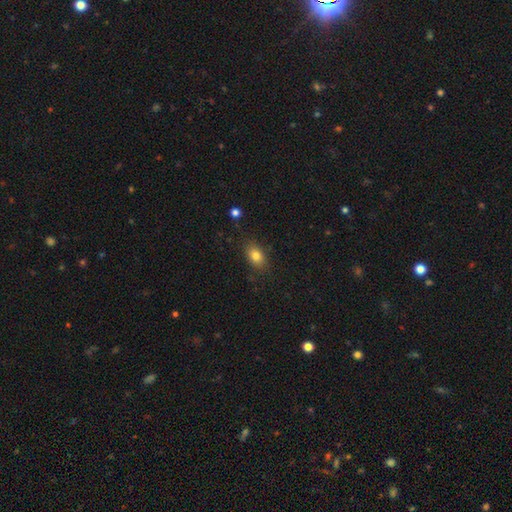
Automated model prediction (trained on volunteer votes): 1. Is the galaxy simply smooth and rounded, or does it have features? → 80% smooth, 10% star or artifact, 10% featured or disk.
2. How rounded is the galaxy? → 81% in between, 17% round, 2% cigar-shaped.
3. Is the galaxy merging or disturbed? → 82% none, 13% minor disturbance, 4% major disturbance, 2% merger.